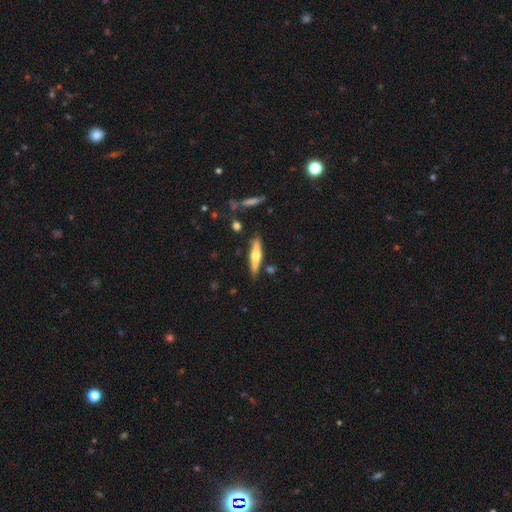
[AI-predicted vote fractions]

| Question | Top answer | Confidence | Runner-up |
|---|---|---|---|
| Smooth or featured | featured or disk | 56% | smooth (38%) |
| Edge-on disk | yes | 94% | no (6%) |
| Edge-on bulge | rounded | 92% | none (4%) |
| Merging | none | 82% | minor disturbance (11%) |